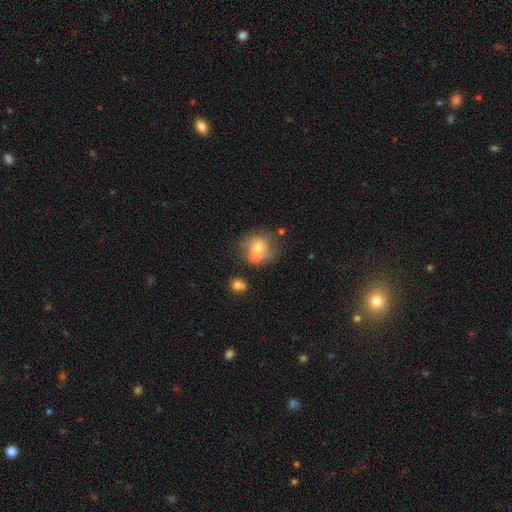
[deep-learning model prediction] smooth_or_featured: smooth (p=0.59) [alt: featured or disk p=0.31]
how_rounded: round (p=0.75) [alt: in between p=0.24]
merging: merger (p=0.45) [alt: none p=0.36]